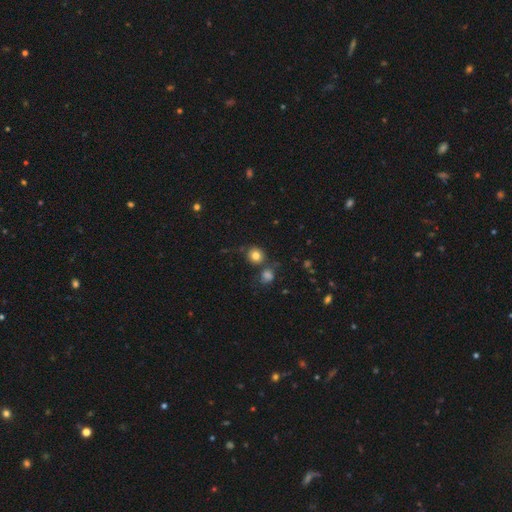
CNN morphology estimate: The model was most divided on "merging": none: 72%, merger: 14%, minor disturbance: 10%, major disturbance: 4%. More confident: how rounded — round (87%); smooth or featured — smooth (80%).